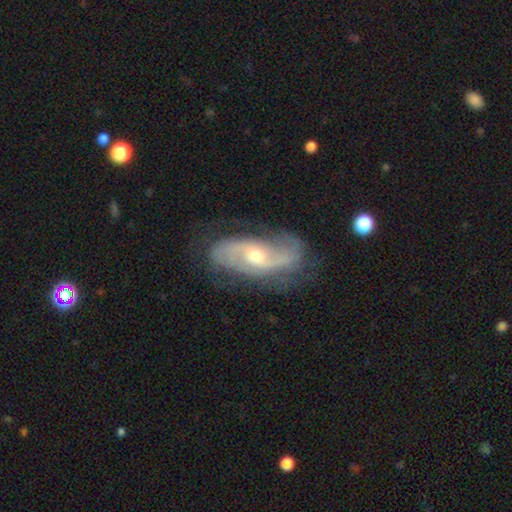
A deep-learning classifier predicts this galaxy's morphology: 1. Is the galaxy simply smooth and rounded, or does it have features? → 84% featured or disk, 10% smooth, 6% star or artifact.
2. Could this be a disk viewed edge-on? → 93% no, 7% yes.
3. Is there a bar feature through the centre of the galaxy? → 51% no, 38% weak, 11% strong.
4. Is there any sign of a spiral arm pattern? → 95% yes, 5% no.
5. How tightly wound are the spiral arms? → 44% medium, 34% loose, 22% tight.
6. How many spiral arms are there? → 79% 2, 10% can't tell, 4% 3, 3% 1, 2% 4, 2% more than 4.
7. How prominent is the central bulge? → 57% moderate, 38% small, 3% large, 1% none, 1% dominant.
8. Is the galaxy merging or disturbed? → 71% none, 19% minor disturbance, 8% major disturbance, 2% merger.